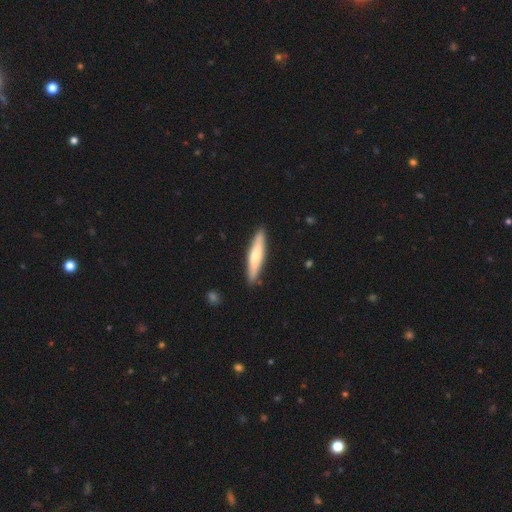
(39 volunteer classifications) smooth 49%, featured or disk 46%, star or artifact 5%. Down the decision tree: how rounded — cigar-shaped (95%); merging — none (95%).